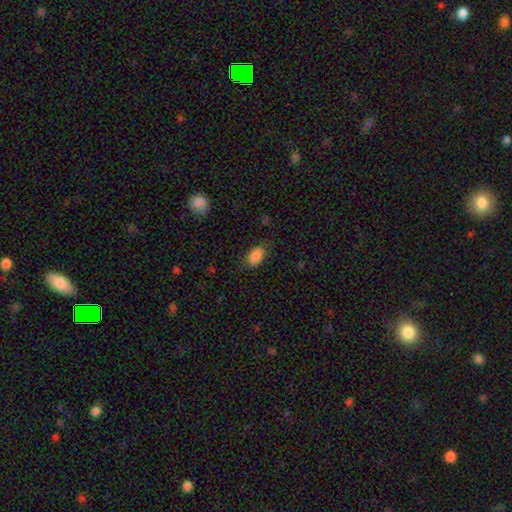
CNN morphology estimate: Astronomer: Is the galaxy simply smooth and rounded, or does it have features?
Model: smooth — 89%.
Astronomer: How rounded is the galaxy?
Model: in between — 93%.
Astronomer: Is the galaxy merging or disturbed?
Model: none — 80%.